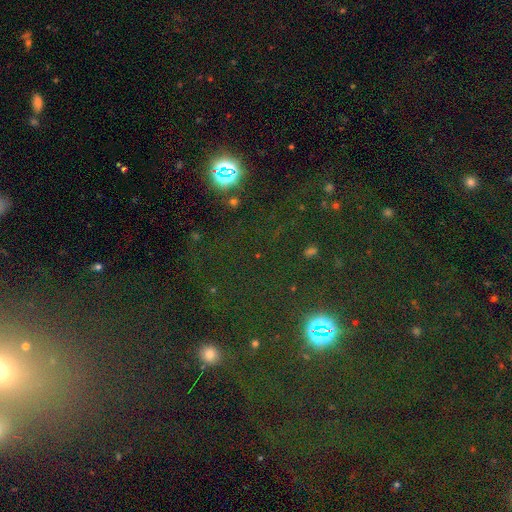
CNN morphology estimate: A star or artifact, not a galaxy (58%).